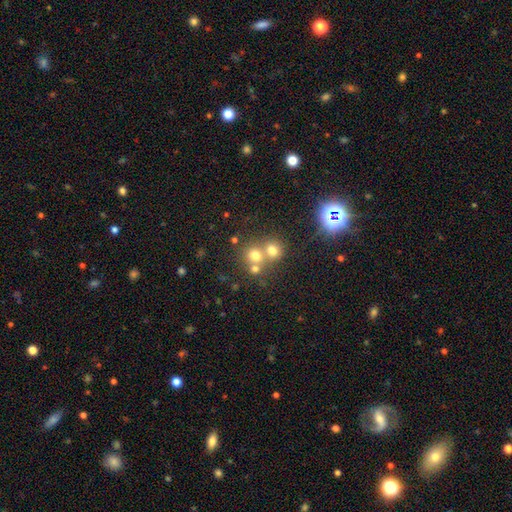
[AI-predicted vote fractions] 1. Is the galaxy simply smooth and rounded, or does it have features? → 68% smooth, 18% star or artifact, 14% featured or disk.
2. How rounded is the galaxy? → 82% round, 17% in between, 1% cigar-shaped.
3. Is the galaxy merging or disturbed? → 48% merger, 42% none, 6% minor disturbance, 3% major disturbance.